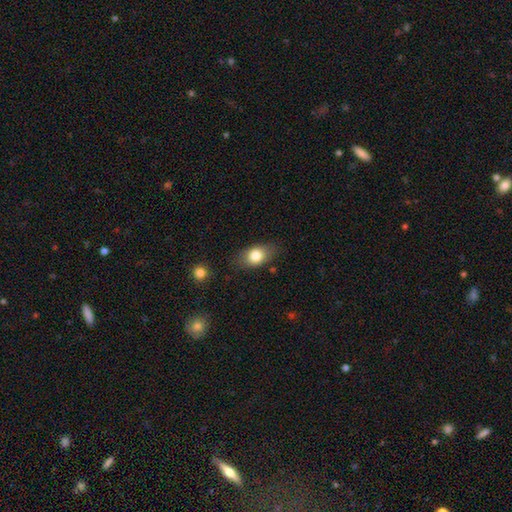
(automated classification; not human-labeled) smooth 79%, featured or disk 13%, star or artifact 8%. Down the decision tree: how rounded — in between (78%); merging — none (76%).